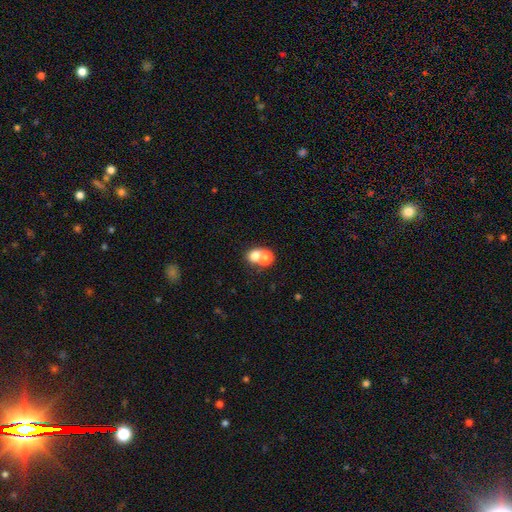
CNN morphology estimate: type=smooth (71%); roundness=round (72%); merging=merger (58%).